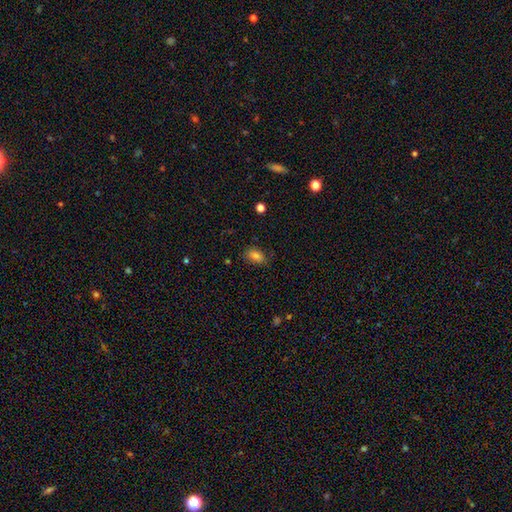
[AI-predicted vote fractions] Smooth or featured: smooth — 83% (star or artifact — 10%)
How rounded: in between — 88% (round — 9%)
Merging: none — 81% (minor disturbance — 15%)